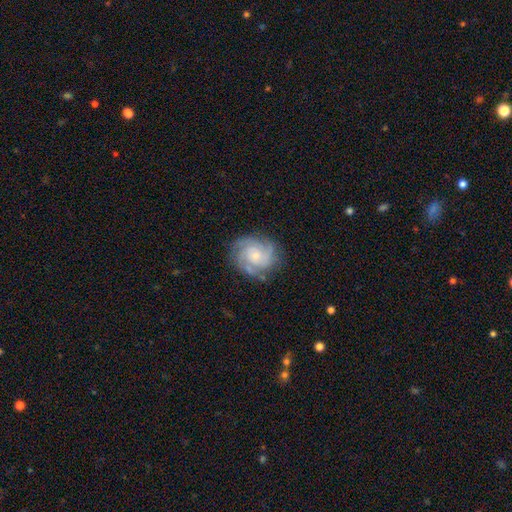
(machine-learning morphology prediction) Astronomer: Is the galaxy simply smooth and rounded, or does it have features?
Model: featured or disk — 79%.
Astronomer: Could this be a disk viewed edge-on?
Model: no — 98%.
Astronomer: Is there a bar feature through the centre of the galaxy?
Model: no — 75%.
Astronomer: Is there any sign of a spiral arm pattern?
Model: yes — 95%.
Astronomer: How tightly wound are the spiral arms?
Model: tight — 61%.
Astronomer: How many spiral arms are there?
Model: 3 — 35% (runner-up: can't tell, 22%).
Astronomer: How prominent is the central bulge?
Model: small — 66%.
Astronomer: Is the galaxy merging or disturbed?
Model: none — 76%.